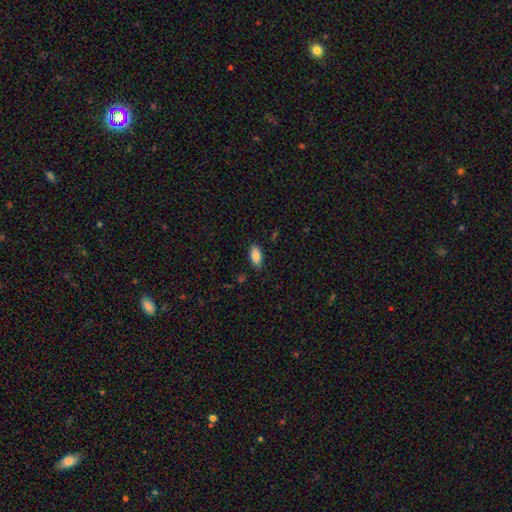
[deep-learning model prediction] Overall: smooth (84%). How rounded: in between (90%). Merging: none (86%).